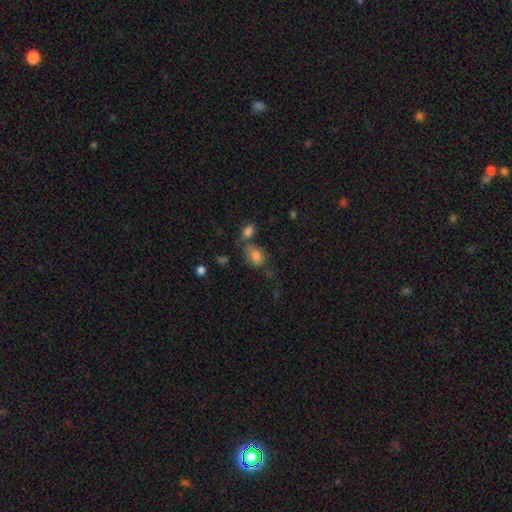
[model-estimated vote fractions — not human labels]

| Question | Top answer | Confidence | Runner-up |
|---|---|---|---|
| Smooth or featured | smooth | 77% | featured or disk (12%) |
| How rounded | in between | 74% | round (24%) |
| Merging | none | 45% | merger (25%) |